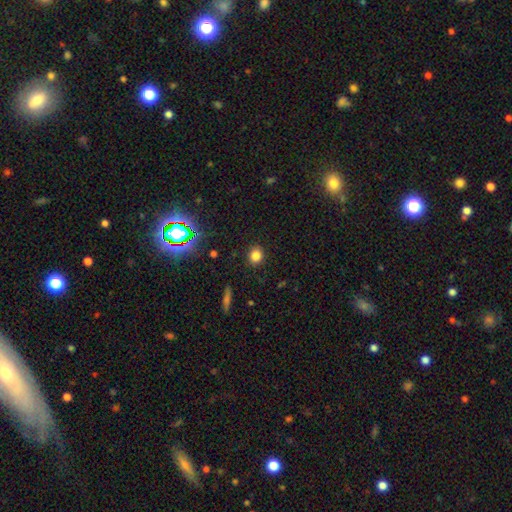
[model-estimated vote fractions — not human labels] A smooth galaxy with no disk features (79%) that is round (78%). Merging: none (89%).